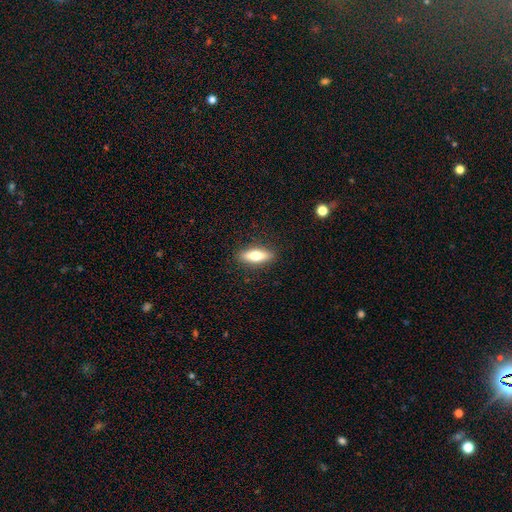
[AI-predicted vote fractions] The model was most divided on "how rounded": in between: 56%, cigar-shaped: 41%, round: 3%. More confident: merging — none (89%); smooth or featured — smooth (65%).